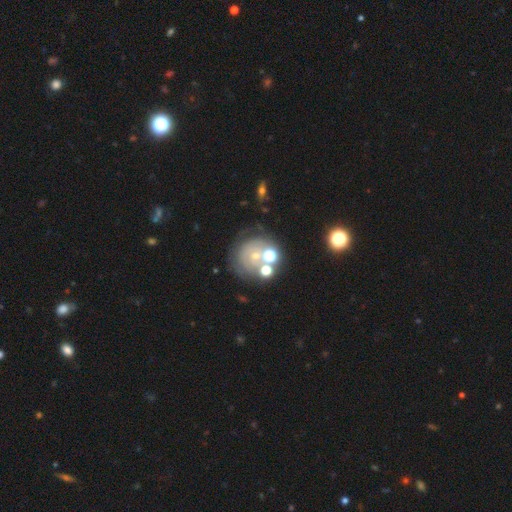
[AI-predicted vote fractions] A featured or disk galaxy (48%). Merging: none (48%).